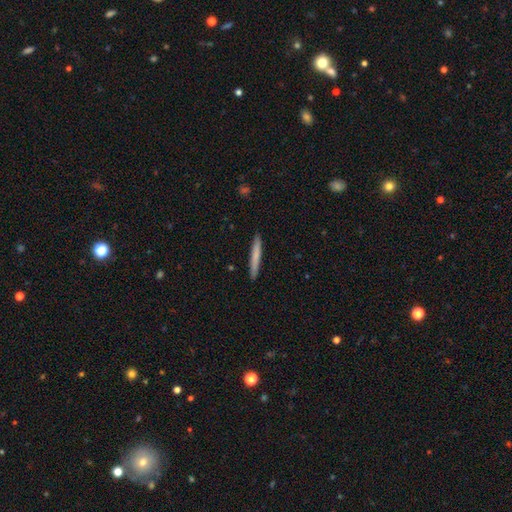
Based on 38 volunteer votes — This is likely a smooth galaxy (71%). How rounded: clearly cigar-shaped (93%). Merging: clearly none (97%).